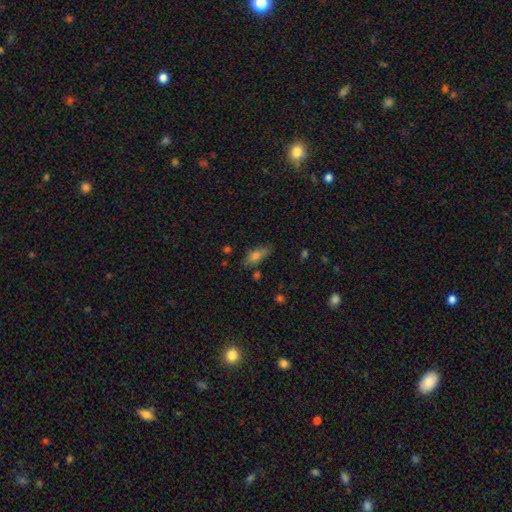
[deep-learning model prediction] Smooth or featured? smooth (69%)
How rounded? in between (72%)
Merging? none (71%)